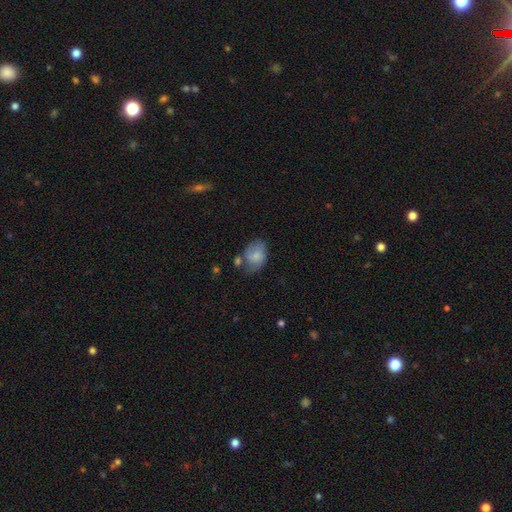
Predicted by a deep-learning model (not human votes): The model was most divided on "merging": none: 45%, minor disturbance: 29%, merger: 14%, major disturbance: 11%. More confident: how rounded — in between (73%); smooth or featured — smooth (70%).